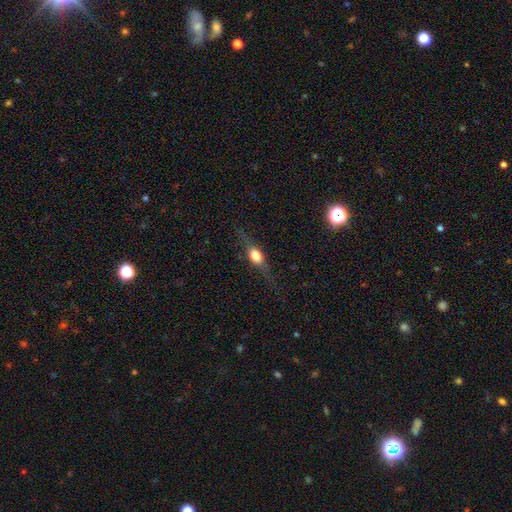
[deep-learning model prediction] A smooth galaxy with no disk features (47%).

Vote fractions:
- Smooth or featured? smooth: 47% / featured or disk: 44% / star or artifact: 9%
- Merging? none: 74% / minor disturbance: 17% / major disturbance: 8% / merger: 2%